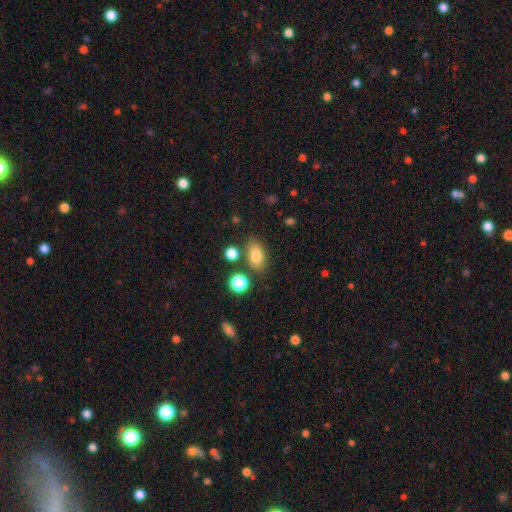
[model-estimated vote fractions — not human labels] Overall: smooth (78%). How rounded: in between (84%). Merging: none (75%).